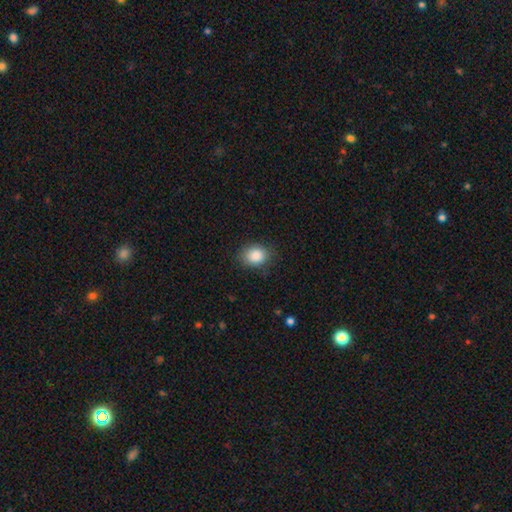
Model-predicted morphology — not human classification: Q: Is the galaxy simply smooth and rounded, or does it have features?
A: smooth — 87%.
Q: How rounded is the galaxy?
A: in between — 53%.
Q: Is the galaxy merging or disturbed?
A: none — 82%.